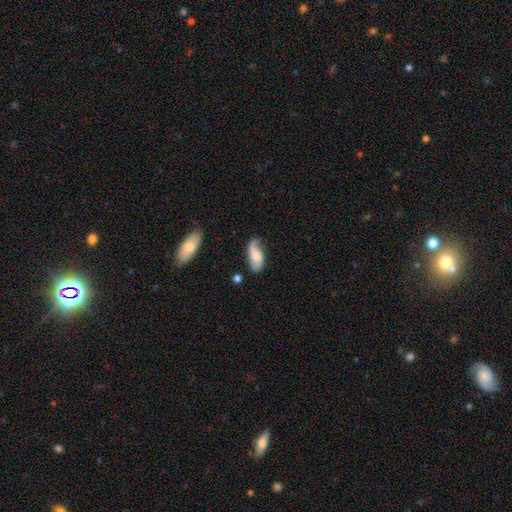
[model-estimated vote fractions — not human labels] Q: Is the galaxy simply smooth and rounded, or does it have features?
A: smooth — 47%, tied with featured or disk.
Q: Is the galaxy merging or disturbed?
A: none — 53%.